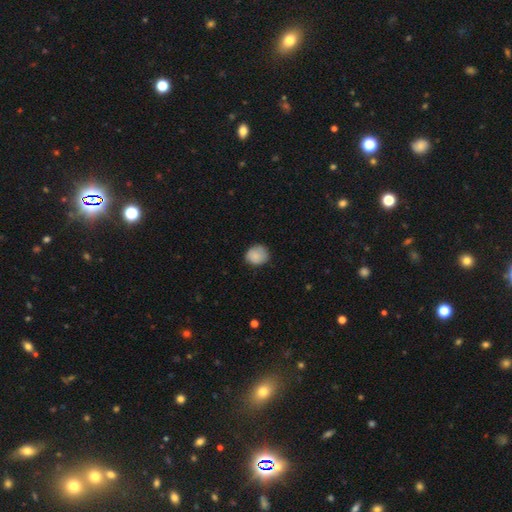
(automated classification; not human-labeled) Q: Smooth or featured?
A: smooth (84%); runner-up: featured or disk (9%)
Q: How rounded?
A: round (74%); runner-up: in between (25%)
Q: Merging?
A: none (74%); runner-up: minor disturbance (21%)